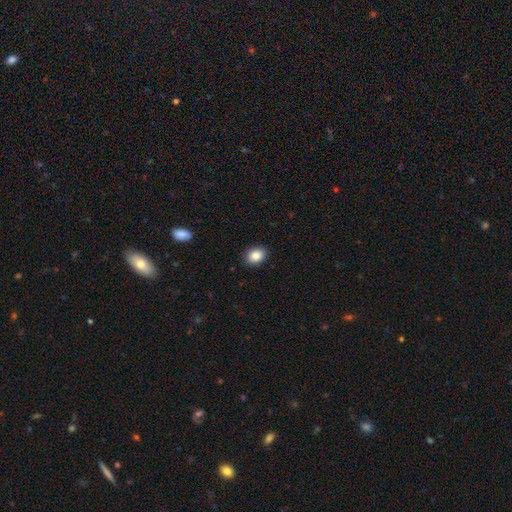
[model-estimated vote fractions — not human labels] Morphology: type=smooth (87%); roundness=in between (65%); merging=none (90%).